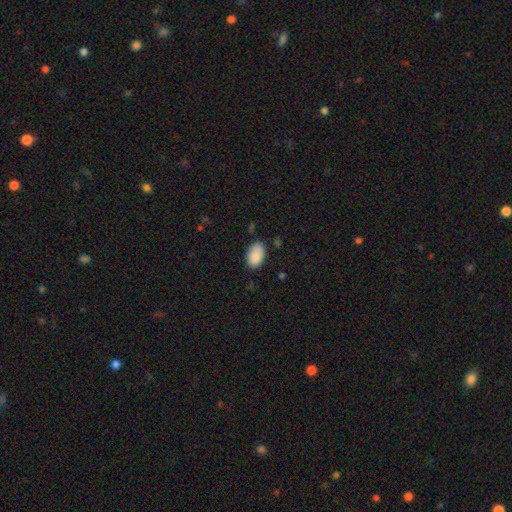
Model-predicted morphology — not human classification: A smooth galaxy with no disk features (89%) that is in between round and cigar-shaped (92%).

Vote fractions:
- Smooth or featured? smooth: 89% / star or artifact: 7% / featured or disk: 4%
- How rounded? in between: 92% / round: 6% / cigar-shaped: 1%
- Merging? none: 78% / minor disturbance: 17% / major disturbance: 3% / merger: 2%